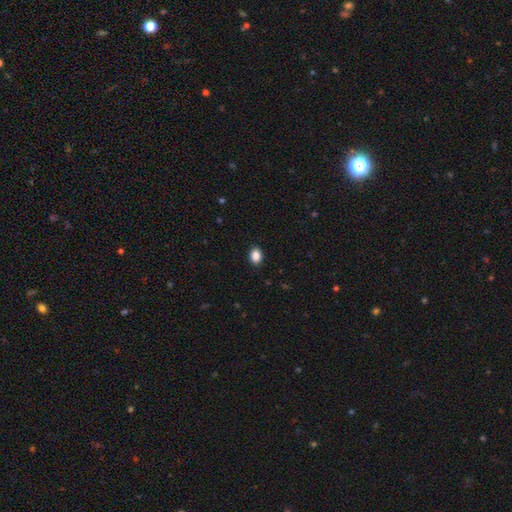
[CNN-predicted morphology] Q: Smooth or featured?
A: smooth (88%); runner-up: star or artifact (9%)
Q: How rounded?
A: in between (72%); runner-up: round (27%)
Q: Merging?
A: none (90%); runner-up: minor disturbance (7%)